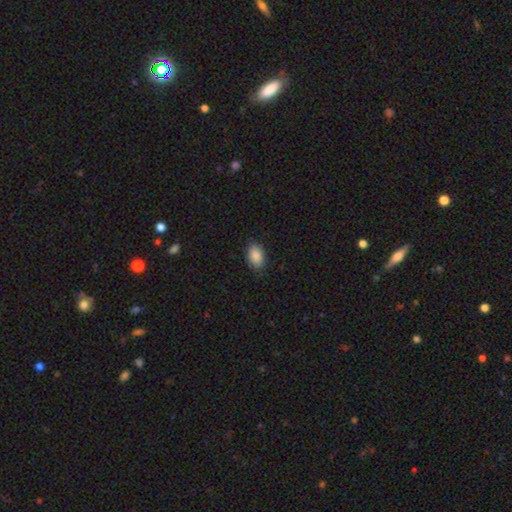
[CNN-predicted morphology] smooth_or_featured: smooth (p=0.88) [alt: star or artifact p=0.07]
how_rounded: in between (p=0.88) [alt: round p=0.11]
merging: none (p=0.85) [alt: minor disturbance p=0.12]